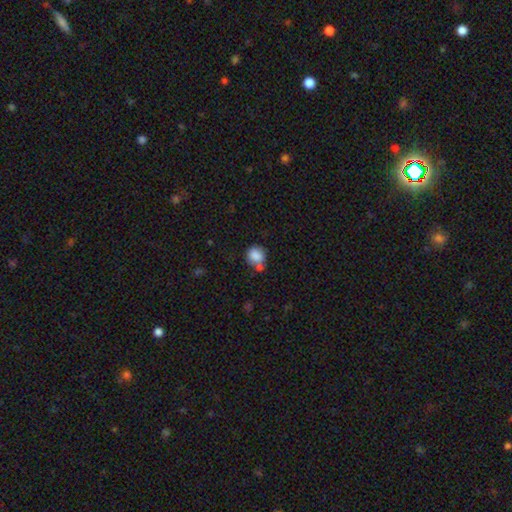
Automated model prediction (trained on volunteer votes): smooth 83%, star or artifact 9%, featured or disk 8%. Down the decision tree: how rounded — round (72%); merging — none (52%).